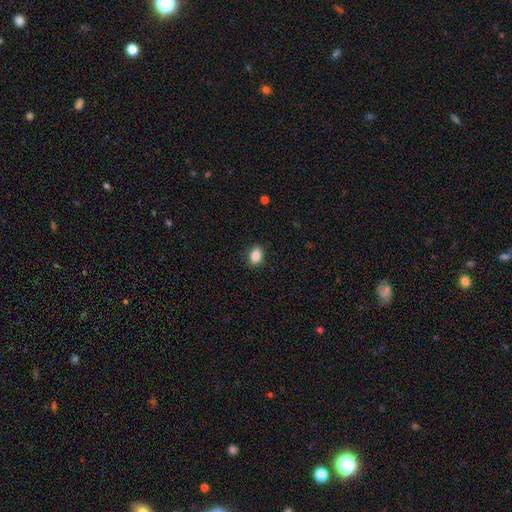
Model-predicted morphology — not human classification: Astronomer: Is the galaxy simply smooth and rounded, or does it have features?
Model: smooth — 87%.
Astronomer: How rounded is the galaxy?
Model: in between — 82%.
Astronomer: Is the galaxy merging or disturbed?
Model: none — 88%.